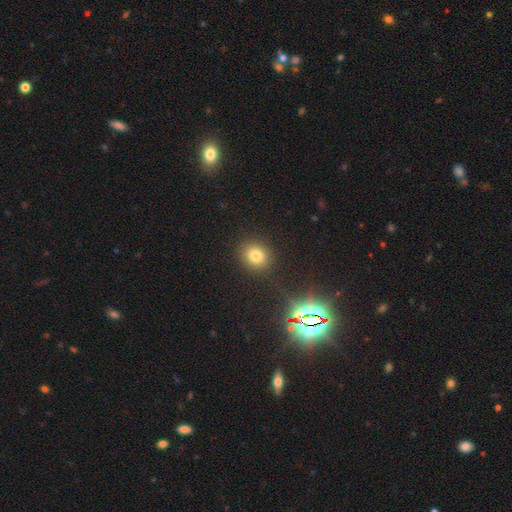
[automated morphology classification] Smooth or featured?
  - smooth: 75% *
  - star or artifact: 18%
  - featured or disk: 7%
How rounded?
  - round: 80% *
  - in between: 19%
  - cigar-shaped: 1%
Merging?
  - none: 88% *
  - minor disturbance: 7%
  - major disturbance: 3%
  - merger: 2%